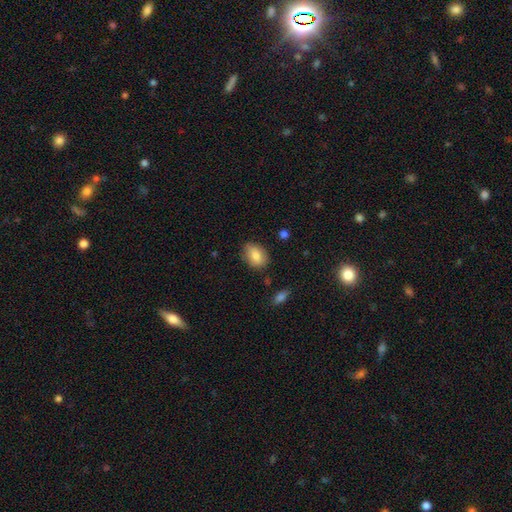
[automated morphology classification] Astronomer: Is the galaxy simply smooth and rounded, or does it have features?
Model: smooth — 83%.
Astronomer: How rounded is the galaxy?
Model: in between — 79%.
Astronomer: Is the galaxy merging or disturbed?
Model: none — 78%.